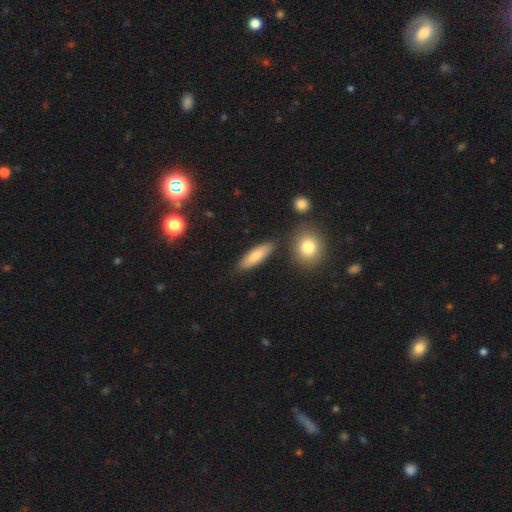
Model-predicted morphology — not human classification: Smooth or featured? smooth (80%)
How rounded? in between (50%)
Merging? none (83%)